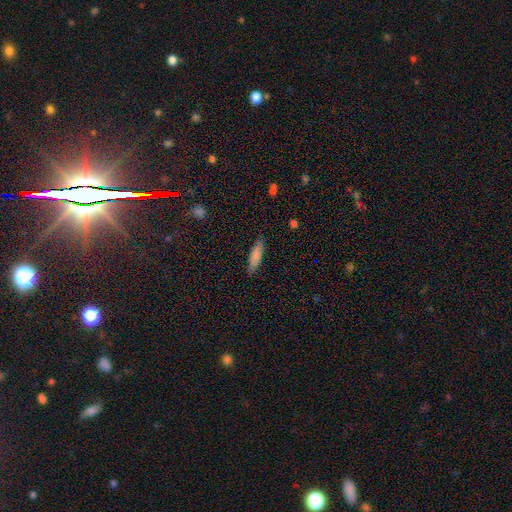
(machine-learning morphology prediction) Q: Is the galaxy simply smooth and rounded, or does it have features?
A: smooth — 82%.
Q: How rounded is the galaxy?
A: cigar-shaped — 68%.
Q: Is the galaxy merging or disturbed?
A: none — 85%.